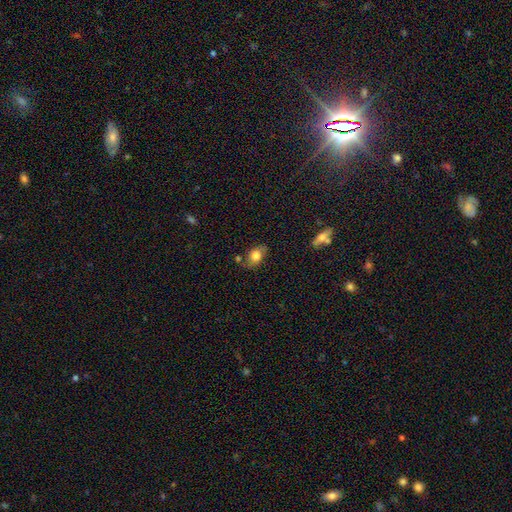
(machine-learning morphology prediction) Q: Smooth or featured?
A: smooth (75%); runner-up: featured or disk (17%)
Q: How rounded?
A: in between (75%); runner-up: round (22%)
Q: Merging?
A: none (67%); runner-up: minor disturbance (22%)